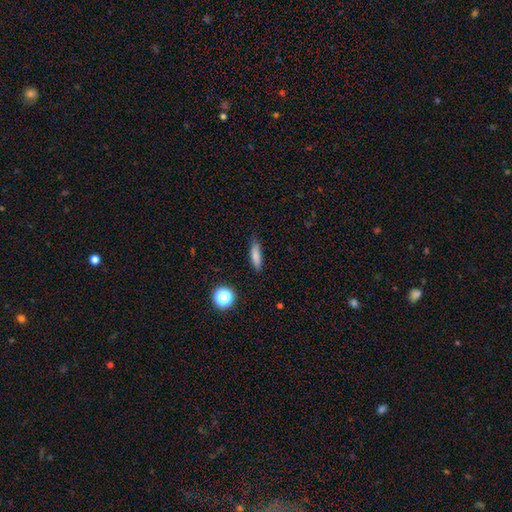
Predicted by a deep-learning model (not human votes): Morphology: type=smooth (80%); roundness=cigar-shaped (60%); merging=none (77%).